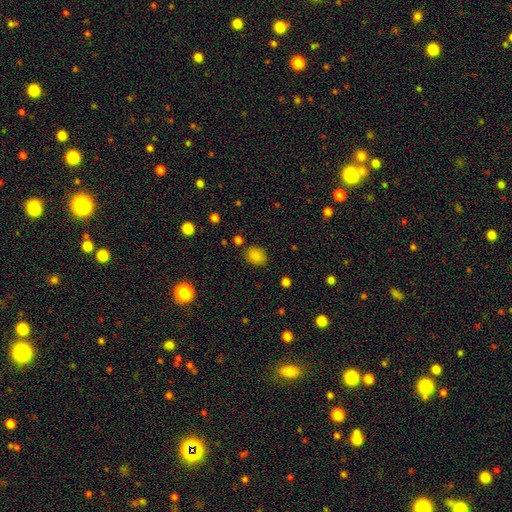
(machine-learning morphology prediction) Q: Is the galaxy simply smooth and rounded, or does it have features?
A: smooth — 84%.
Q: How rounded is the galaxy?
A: in between — 55%.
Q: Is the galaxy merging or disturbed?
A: none — 81%.